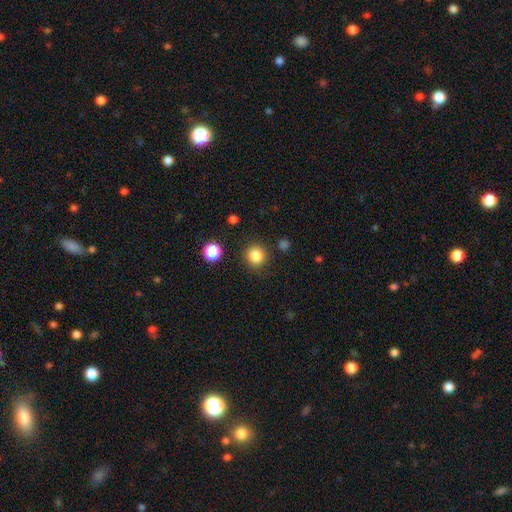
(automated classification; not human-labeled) This is clearly a smooth galaxy (83%). How rounded: clearly round (93%). Merging: clearly none (88%).